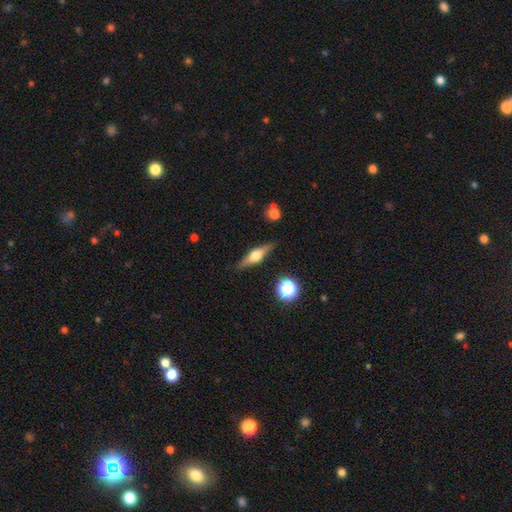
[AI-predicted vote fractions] The model was most divided on "smooth or featured": featured or disk: 60%, smooth: 32%, star or artifact: 7%. More confident: edge-on disk — yes (94%); edge-on bulge — rounded (92%); merging — none (86%).